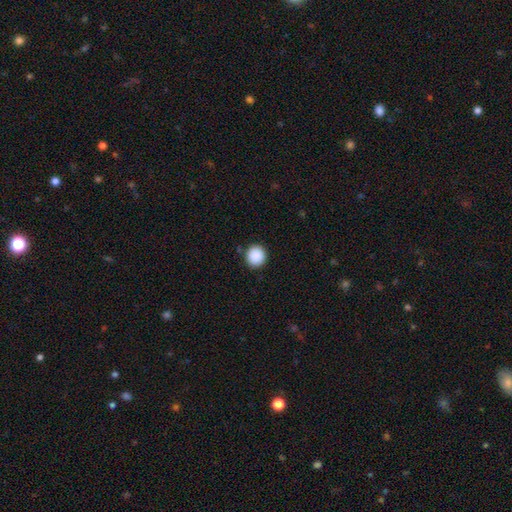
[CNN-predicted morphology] smooth-or-featured: smooth: 89% | star or artifact: 8% | featured or disk: 2%
  how-rounded: round: 91% | in between: 8% | cigar-shaped: 1%
  merging: none: 89% | minor disturbance: 7% | major disturbance: 2% | merger: 2%